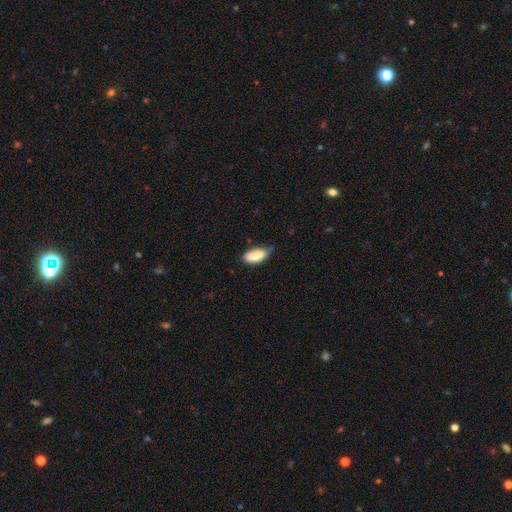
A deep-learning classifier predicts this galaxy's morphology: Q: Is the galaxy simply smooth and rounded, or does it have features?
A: smooth — 85%.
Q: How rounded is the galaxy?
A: in between — 86%.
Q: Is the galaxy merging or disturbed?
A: none — 60%.